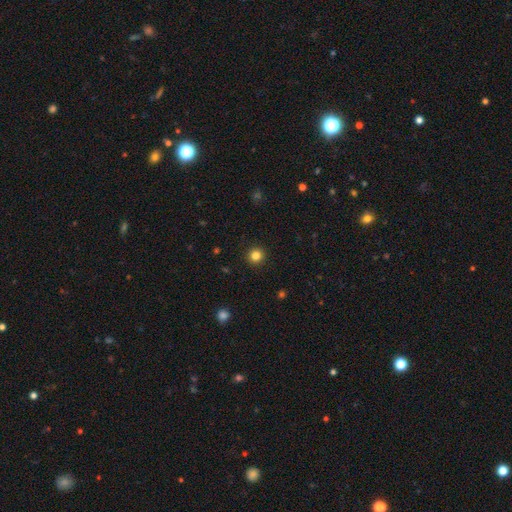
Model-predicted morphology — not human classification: type=smooth (83%); roundness=round (94%); merging=none (93%).